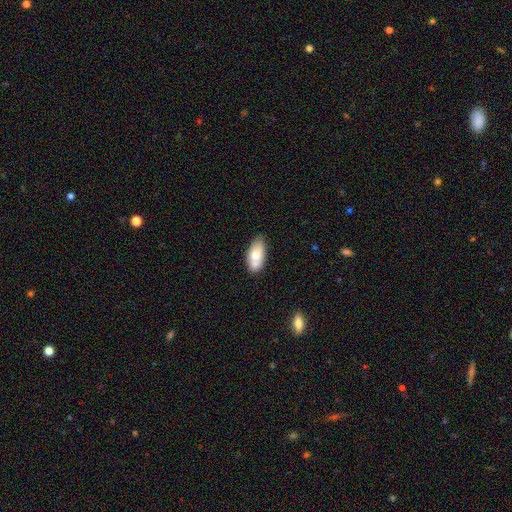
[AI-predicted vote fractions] Smooth or featured: smooth — 69% (featured or disk — 24%)
How rounded: in between — 91% (cigar-shaped — 5%)
Merging: none — 64% (minor disturbance — 23%)